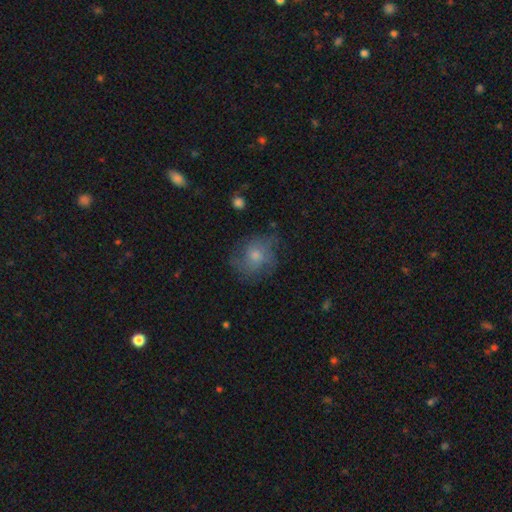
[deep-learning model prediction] smooth_or_featured: smooth (p=0.48) [alt: featured or disk p=0.42]
merging: none (p=0.62) [alt: minor disturbance p=0.23]